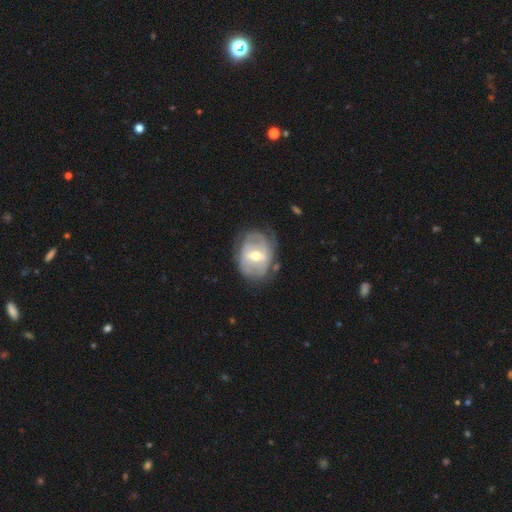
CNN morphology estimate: Overall: featured or disk (75%). Edge-on disk: no (96%). Bar: weak (49%; strong 31%). Spiral arms: yes (74%). Spiral arm count: 2 (41%; can't tell 38%). Spiral winding: tight (51%; medium 32%). Bulge size: moderate (71%). Merging: none (63%; minor disturbance 24%).